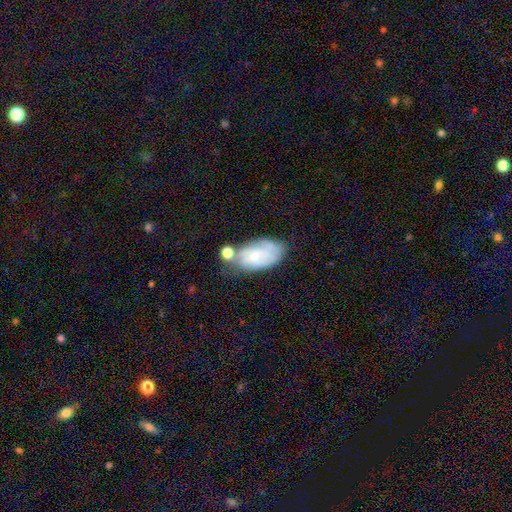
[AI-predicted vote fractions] Overall: featured or disk (48%; smooth 43%). Merging: none (49%; minor disturbance 25%).